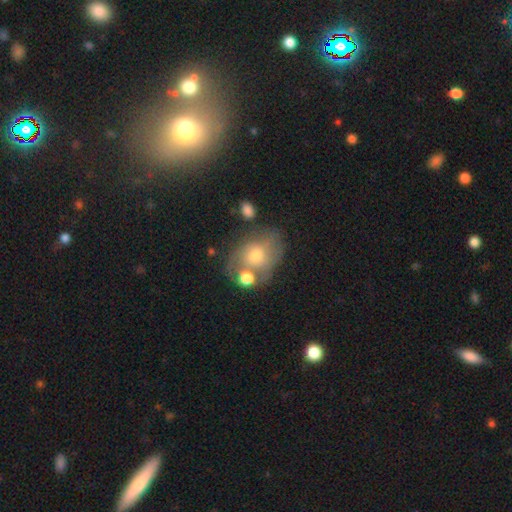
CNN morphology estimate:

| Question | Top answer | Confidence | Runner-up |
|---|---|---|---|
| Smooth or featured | smooth | 49% | featured or disk (39%) |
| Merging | none | 42% | merger (22%) |